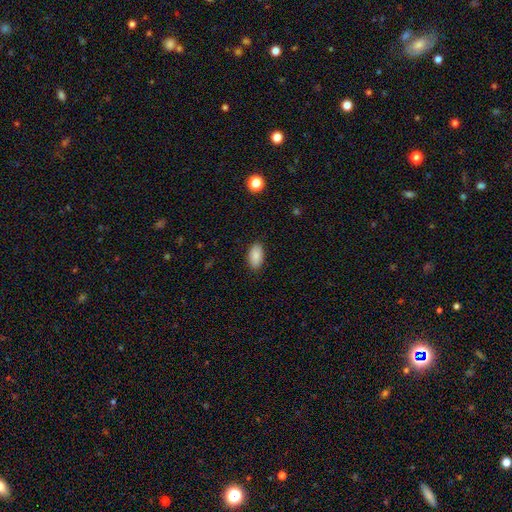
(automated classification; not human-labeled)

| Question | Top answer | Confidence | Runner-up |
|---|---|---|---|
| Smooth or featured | smooth | 87% | star or artifact (7%) |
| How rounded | in between | 94% | round (4%) |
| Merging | none | 87% | minor disturbance (10%) |